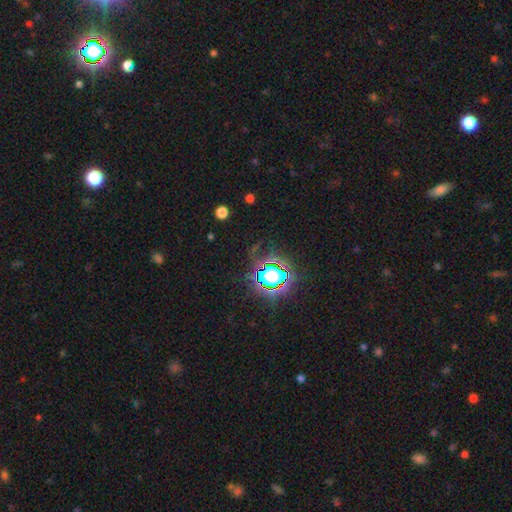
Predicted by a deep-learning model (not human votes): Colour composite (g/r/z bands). It shows a star or artifact, not a galaxy (79%).